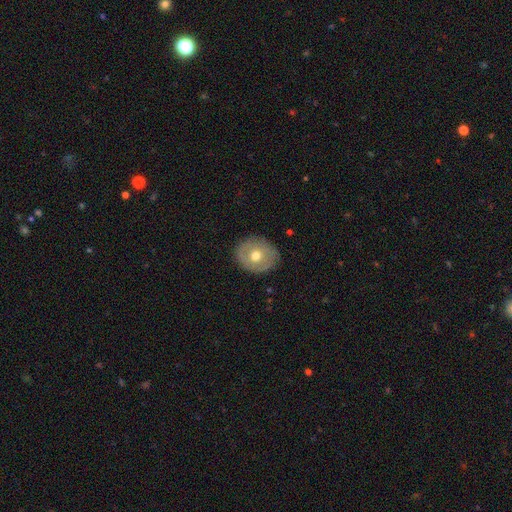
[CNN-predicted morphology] smooth-or-featured: smooth: 51% | featured or disk: 42% | star or artifact: 8%
  how-rounded: round: 71% | in between: 28% | cigar-shaped: 1%
  merging: none: 82% | minor disturbance: 13% | major disturbance: 3% | merger: 1%